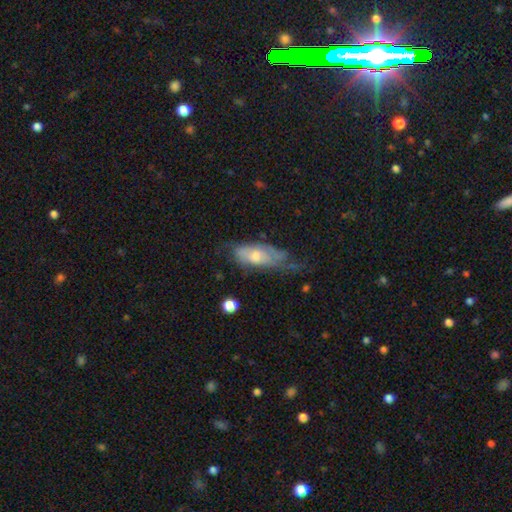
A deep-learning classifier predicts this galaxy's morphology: featured or disk 49%, smooth 44%, star or artifact 7%. Down the decision tree: merging — none (36%).